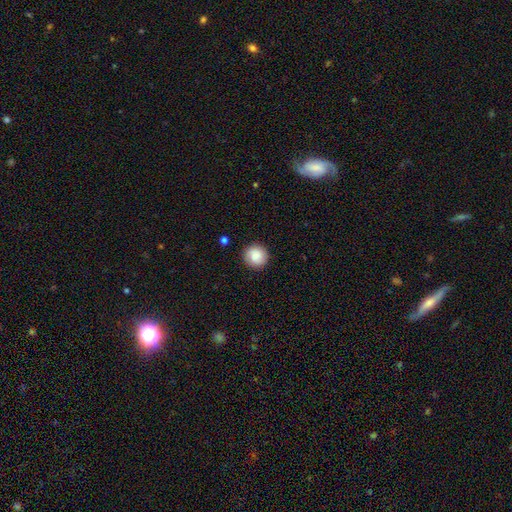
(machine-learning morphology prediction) Smooth or featured: smooth — 83% (featured or disk — 9%)
How rounded: round — 94% (in between — 5%)
Merging: none — 90% (minor disturbance — 7%)